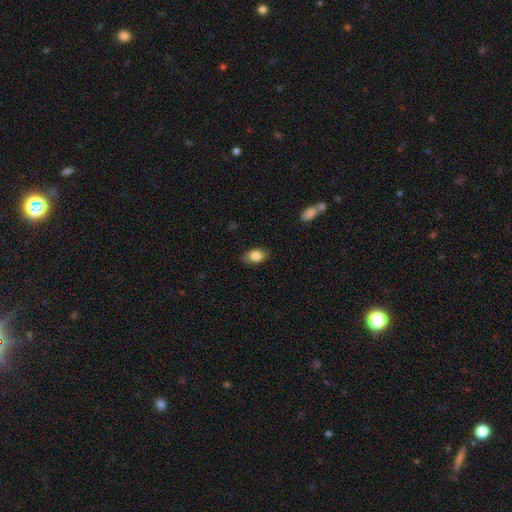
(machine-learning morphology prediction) A smooth galaxy with no disk features (85%) that is in between round and cigar-shaped (88%).

Vote fractions:
- Smooth or featured? smooth: 85% / featured or disk: 8% / star or artifact: 7%
- How rounded? in between: 88% / round: 11% / cigar-shaped: 2%
- Merging? none: 84% / minor disturbance: 13% / major disturbance: 3% / merger: 1%